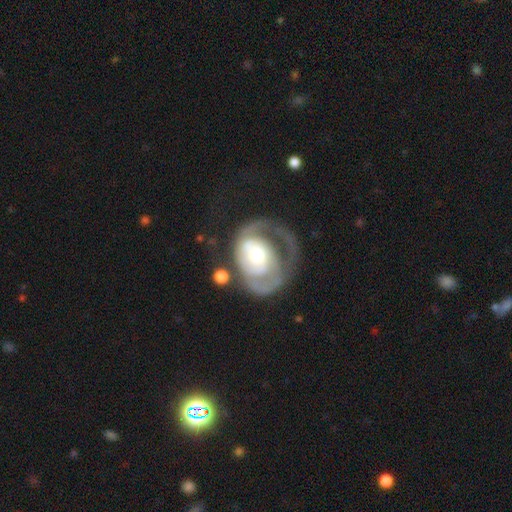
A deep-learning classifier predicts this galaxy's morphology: type=featured or disk (74%); edge-on=no (97%); bar=no (71%); spiral arms=yes (76%); winding=tight (49%); arm count=1 (45%); bulge=moderate (55%); merging=major disturbance (45%).